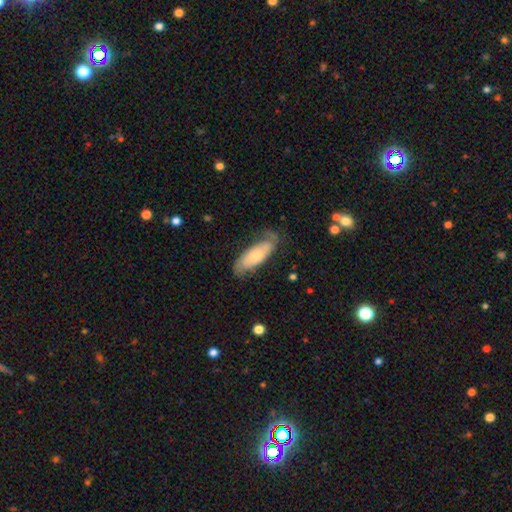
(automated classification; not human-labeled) Overall: smooth (54%; featured or disk 40%). How rounded: in between (74%). Merging: none (61%; minor disturbance 28%).